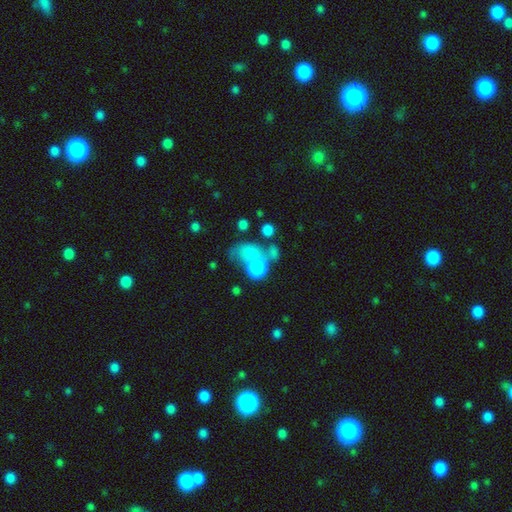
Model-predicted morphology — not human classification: A smooth galaxy with no disk features (69%) that is round (53%). Merging: merger (35%).